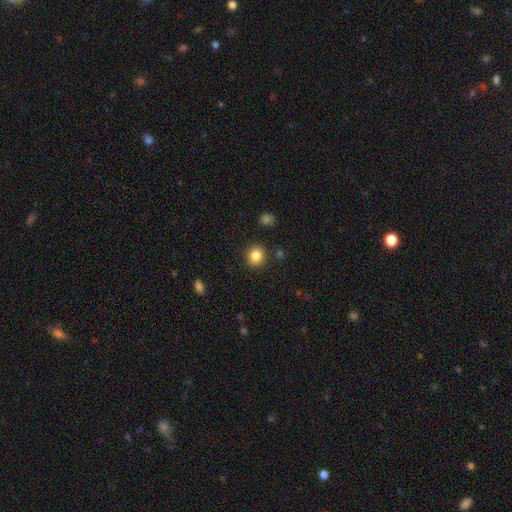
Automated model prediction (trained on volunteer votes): Smooth or featured: smooth — 85% (star or artifact — 10%)
How rounded: round — 82% (in between — 17%)
Merging: none — 89% (minor disturbance — 7%)